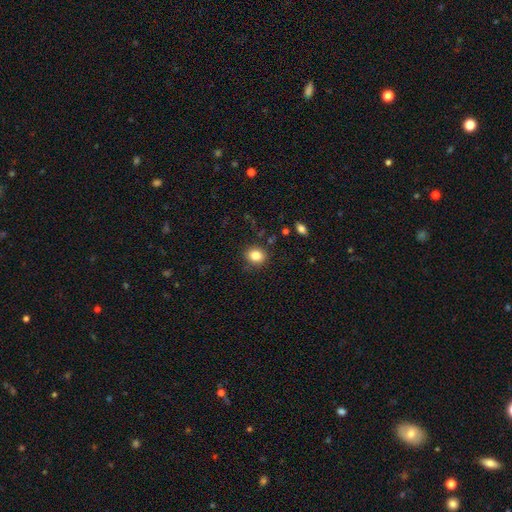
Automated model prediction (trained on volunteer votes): smooth_or_featured: smooth (p=0.85) [alt: star or artifact p=0.10]
how_rounded: round (p=0.62) [alt: in between p=0.37]
merging: none (p=0.85) [alt: minor disturbance p=0.10]